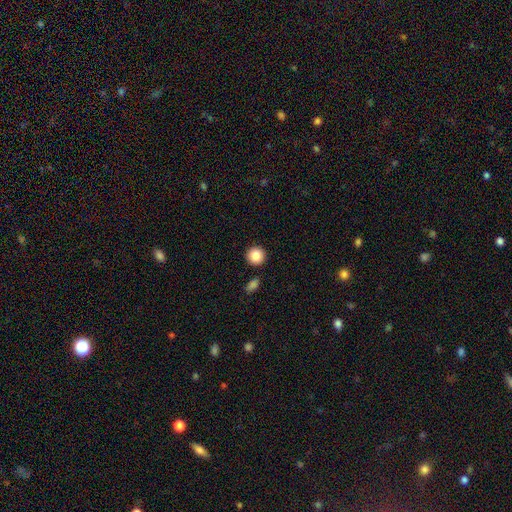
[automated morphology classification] type=smooth (86%); roundness=round (93%); merging=none (89%).